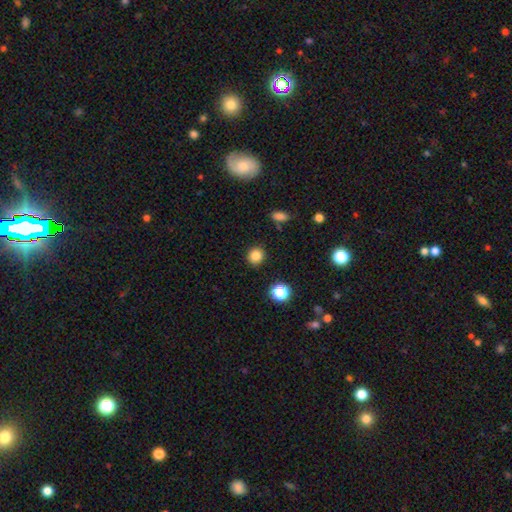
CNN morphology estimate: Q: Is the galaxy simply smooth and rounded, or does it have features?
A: smooth — 84%.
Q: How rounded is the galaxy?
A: round — 90%.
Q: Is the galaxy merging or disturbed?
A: none — 90%.